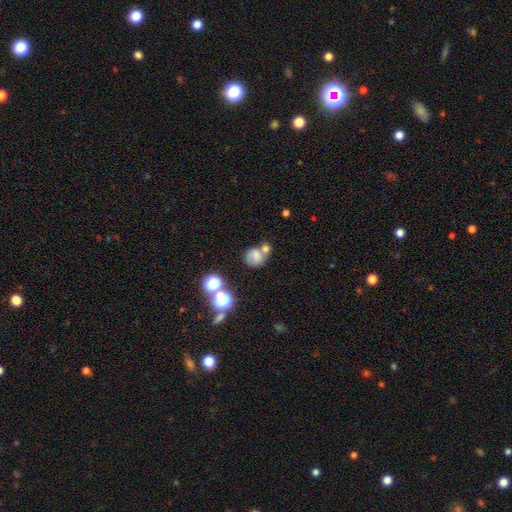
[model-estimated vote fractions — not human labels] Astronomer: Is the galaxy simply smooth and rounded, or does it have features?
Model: smooth — 53% (runner-up: featured or disk, 31%).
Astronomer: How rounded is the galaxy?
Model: round — 69%.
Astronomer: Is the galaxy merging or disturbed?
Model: none — 41% (runner-up: merger, 33%).